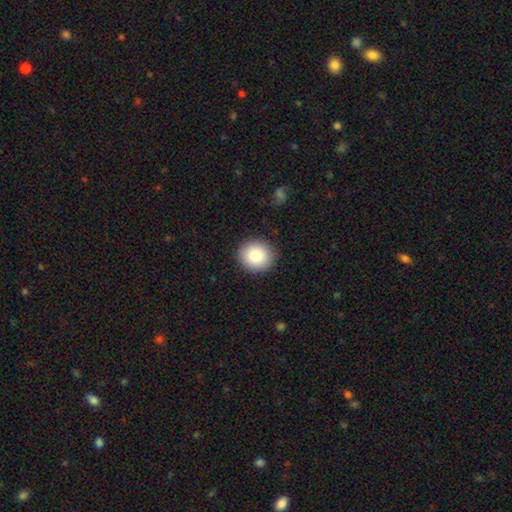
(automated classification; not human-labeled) The model was most divided on "how rounded": round: 84%, in between: 15%, cigar-shaped: 1%. More confident: merging — none (91%); smooth or featured — smooth (85%).